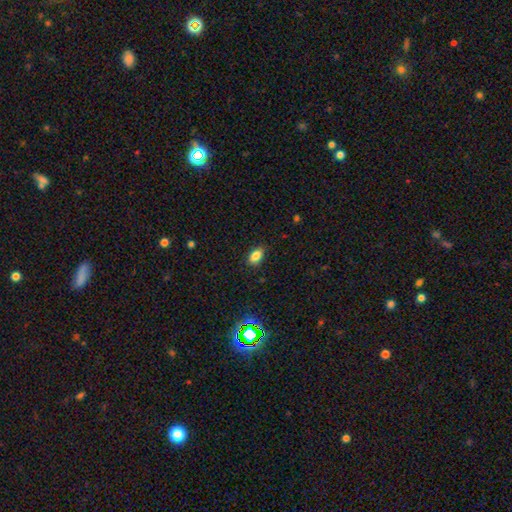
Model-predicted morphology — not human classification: Smooth or featured? Predicted: smooth (p=0.83). How rounded? Predicted: in between (p=0.89). Merging? Predicted: none (p=0.85).